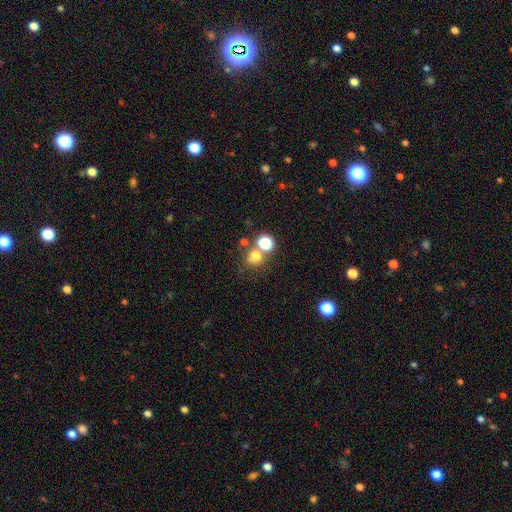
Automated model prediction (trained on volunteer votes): The model was most divided on "merging": none: 56%, merger: 31%, minor disturbance: 9%, major disturbance: 5%. More confident: how rounded — round (83%); smooth or featured — smooth (67%).